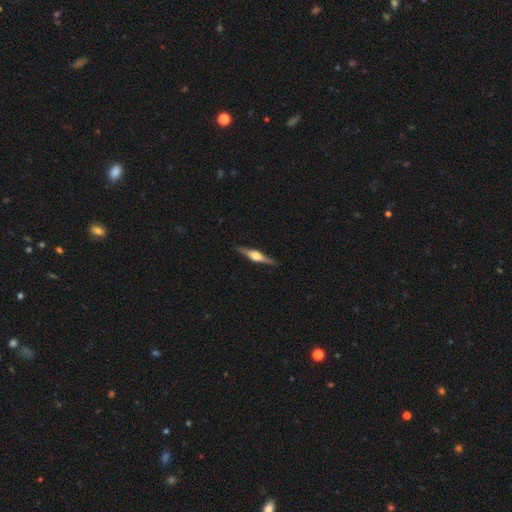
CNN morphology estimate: Smooth or featured? Predicted: featured or disk (p=0.77). Edge-on disk? Predicted: yes (p=0.98). Edge-on bulge? Predicted: rounded (p=0.91). Merging? Predicted: none (p=0.90).